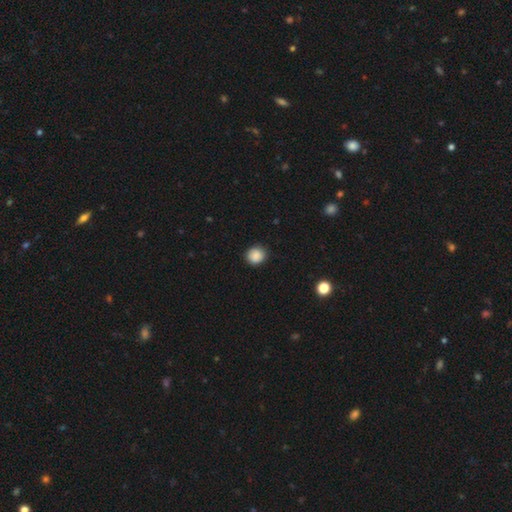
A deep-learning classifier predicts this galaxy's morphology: A smooth galaxy with no disk features (87%) that is round (87%). Merging: none (88%).